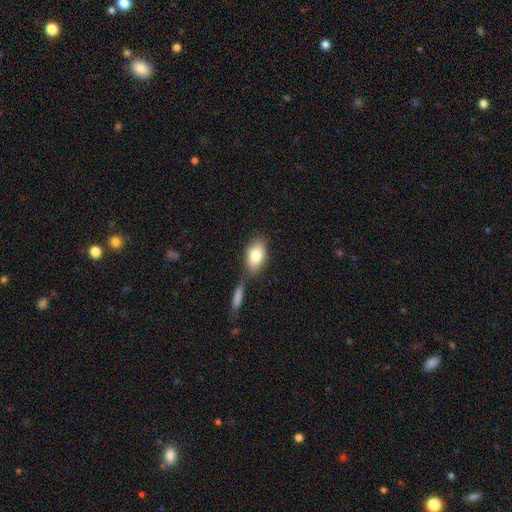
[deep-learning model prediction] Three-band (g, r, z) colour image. It shows a smooth galaxy with no disk features (80%) that is in between round and cigar-shaped (88%). Merging: none (60%).